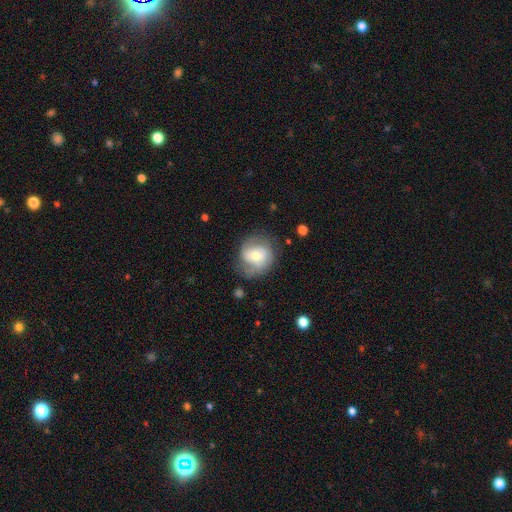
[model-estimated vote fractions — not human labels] smooth_or_featured: featured or disk (p=0.48) [alt: smooth p=0.44]
merging: none (p=0.63) [alt: minor disturbance p=0.22]